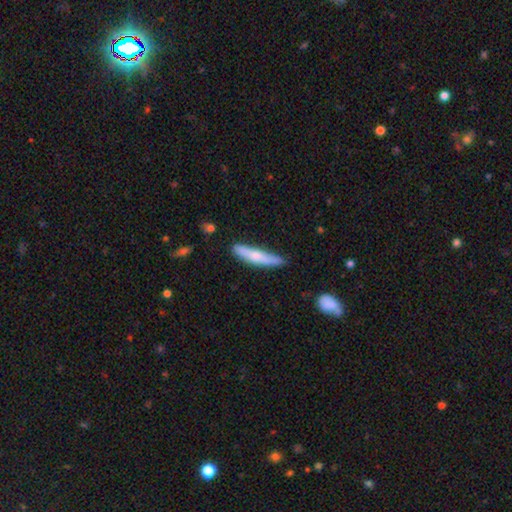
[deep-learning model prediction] Q: Smooth or featured?
A: smooth (59%); runner-up: featured or disk (35%)
Q: How rounded?
A: cigar-shaped (88%); runner-up: in between (10%)
Q: Merging?
A: none (74%); runner-up: minor disturbance (20%)